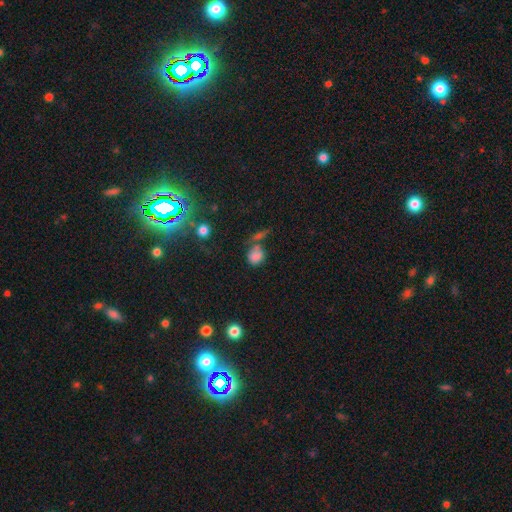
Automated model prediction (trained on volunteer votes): The model was most divided on "merging": none: 41%, merger: 30%, minor disturbance: 17%, major disturbance: 12%. More confident: smooth or featured — smooth (77%); how rounded — round (64%).